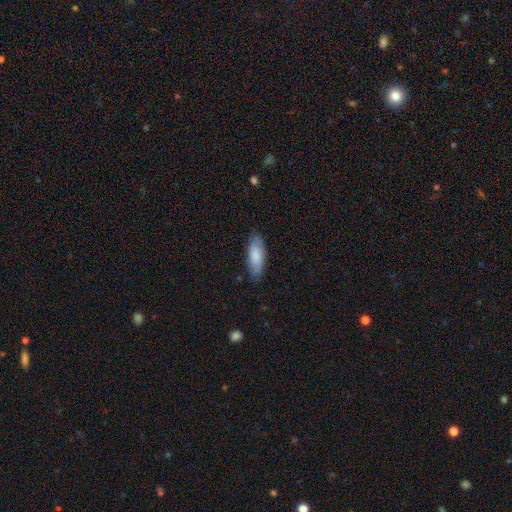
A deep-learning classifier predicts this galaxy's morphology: Overall: smooth (80%). How rounded: in between (72%). Merging: none (79%).